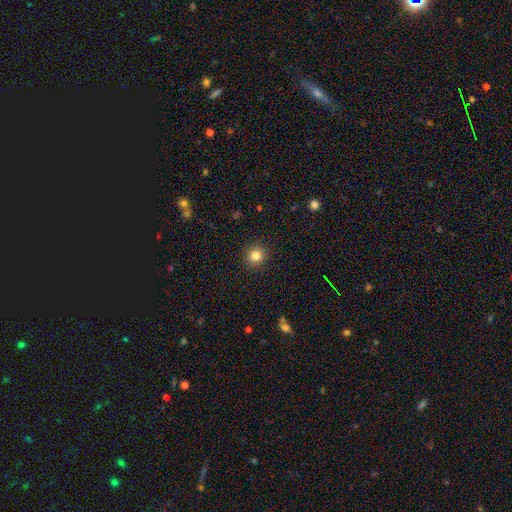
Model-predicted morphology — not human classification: Smooth or featured: smooth — 83% (star or artifact — 12%)
How rounded: round — 92% (in between — 7%)
Merging: none — 92% (minor disturbance — 5%)